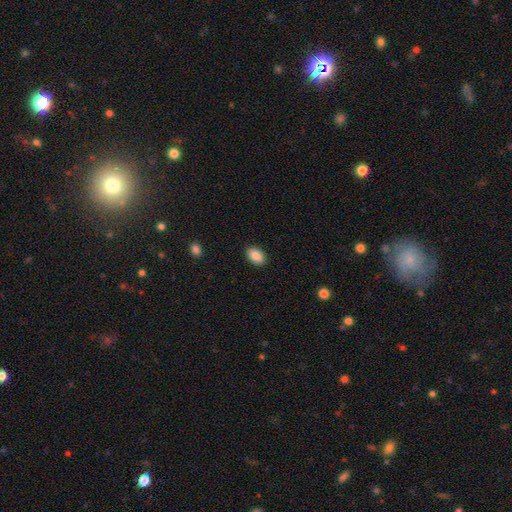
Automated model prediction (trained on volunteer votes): Morphology: type=smooth (88%); roundness=in between (89%); merging=none (89%).